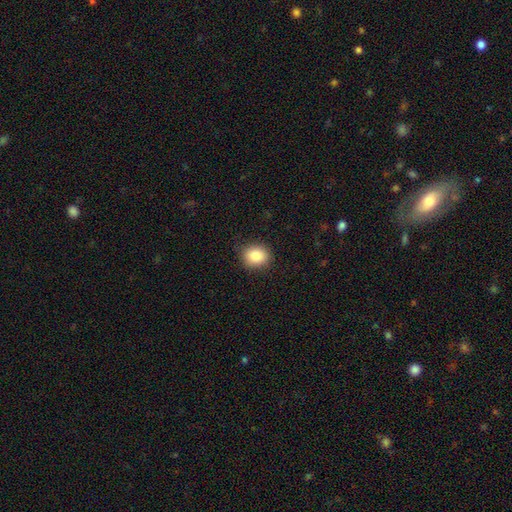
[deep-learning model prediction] Overall: smooth (86%). How rounded: round (62%; in between 37%). Merging: none (84%).